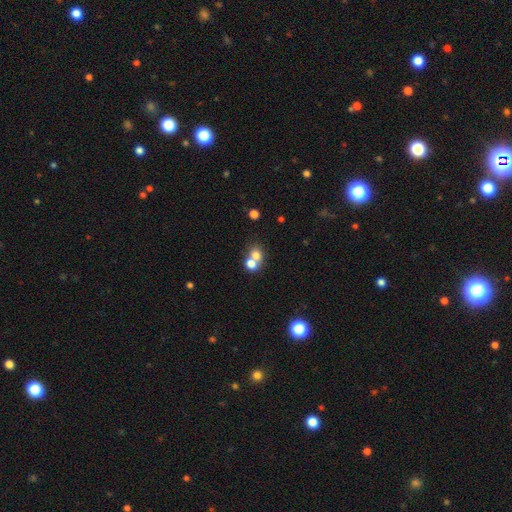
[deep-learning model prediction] The model was most divided on "merging": merger: 57%, none: 33%, minor disturbance: 6%, major disturbance: 3%. More confident: smooth or featured — smooth (73%); how rounded — round (64%).